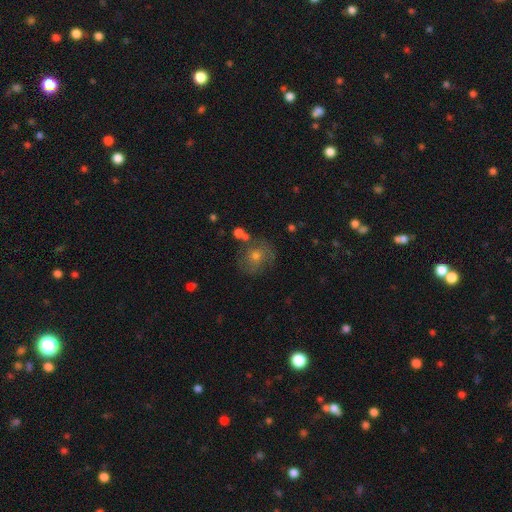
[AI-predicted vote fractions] Smooth or featured: featured or disk — 42% (smooth — 38%)
Merging: none — 69% (minor disturbance — 17%)